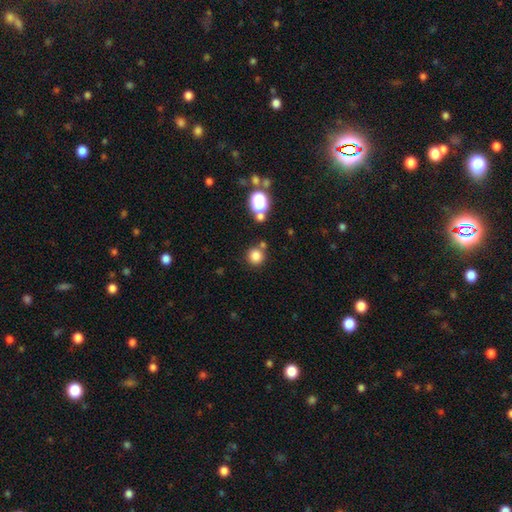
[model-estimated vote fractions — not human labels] Morphology: type=smooth (80%); roundness=round (92%); merging=none (74%).